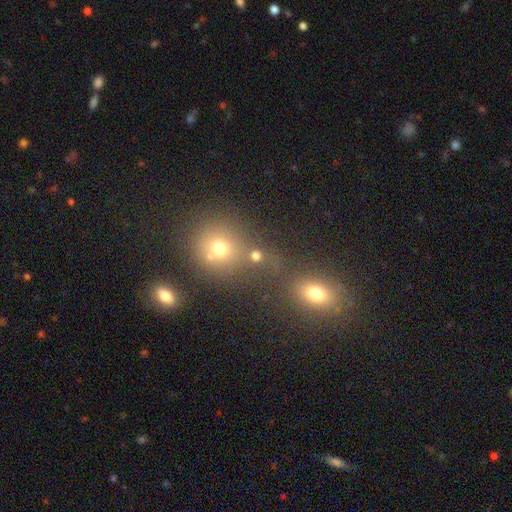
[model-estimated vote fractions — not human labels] smooth-or-featured: smooth: 67% | star or artifact: 23% | featured or disk: 11%
  how-rounded: round: 80% | in between: 18% | cigar-shaped: 2%
  merging: none: 54% | merger: 31% | minor disturbance: 9% | major disturbance: 6%